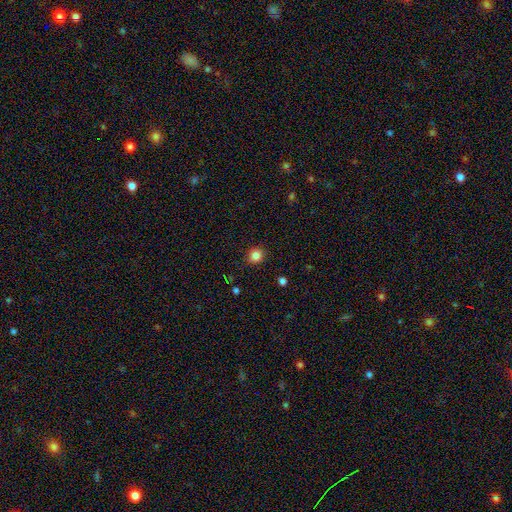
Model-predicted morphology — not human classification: Smooth or featured: smooth — 84% (star or artifact — 12%)
How rounded: round — 84% (in between — 15%)
Merging: none — 86% (minor disturbance — 10%)